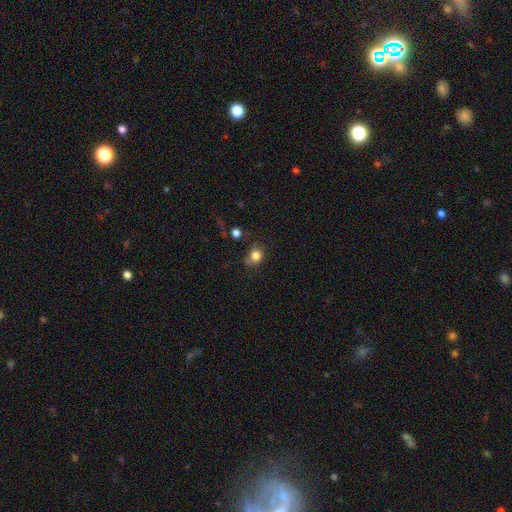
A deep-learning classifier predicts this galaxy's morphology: type=smooth (81%); roundness=round (75%); merging=none (63%).